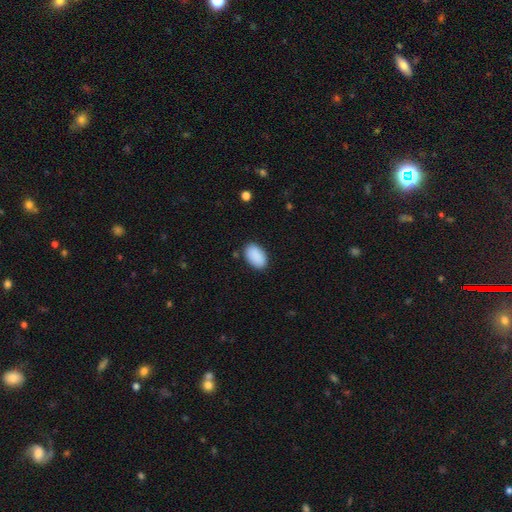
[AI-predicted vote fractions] Overall: smooth (91%). How rounded: in between (93%). Merging: none (86%).